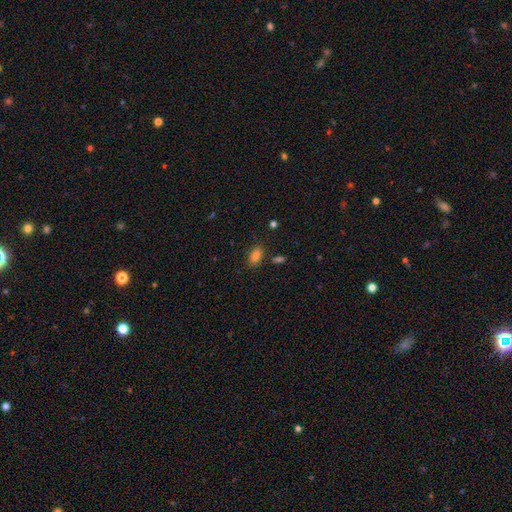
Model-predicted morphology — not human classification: type=smooth (84%); roundness=in between (90%); merging=none (81%).